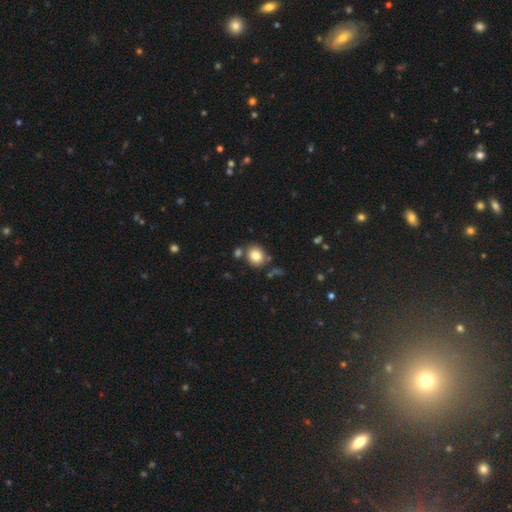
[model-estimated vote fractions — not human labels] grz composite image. It shows a smooth galaxy with no disk features (82%) that is round (72%). Merging: none (76%).